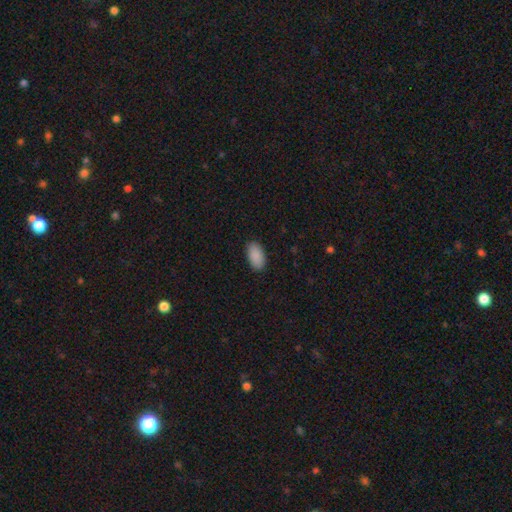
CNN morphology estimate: This appears to be a smooth galaxy with no disk features (90%) that is in between round and cigar-shaped (95%). Merging: none (89%).